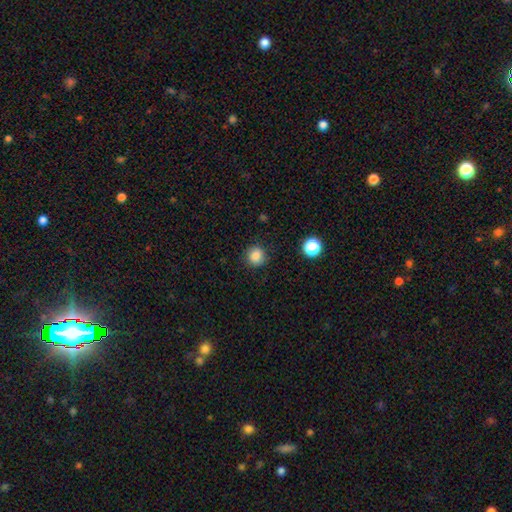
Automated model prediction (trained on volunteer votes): smooth 84%, star or artifact 11%, featured or disk 4%. Down the decision tree: how rounded — round (91%); merging — none (89%).